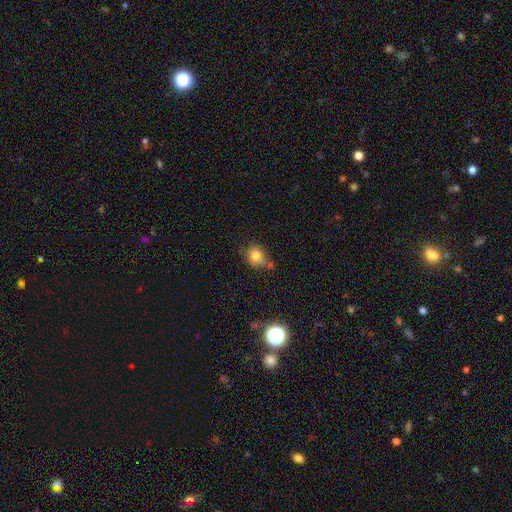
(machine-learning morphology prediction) Smooth or featured?
  - smooth: 80% *
  - star or artifact: 11%
  - featured or disk: 9%
How rounded?
  - round: 75% *
  - in between: 24%
  - cigar-shaped: 1%
Merging?
  - none: 56% *
  - minor disturbance: 24%
  - merger: 14%
  - major disturbance: 7%